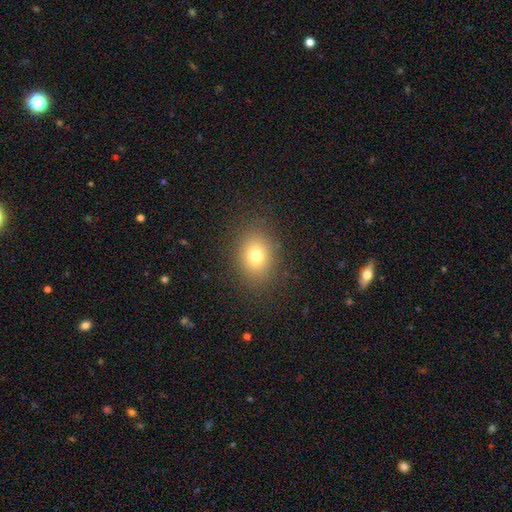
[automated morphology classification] A smooth galaxy with no disk features (75%) that is in between round and cigar-shaped (54%). Merging: none (86%).